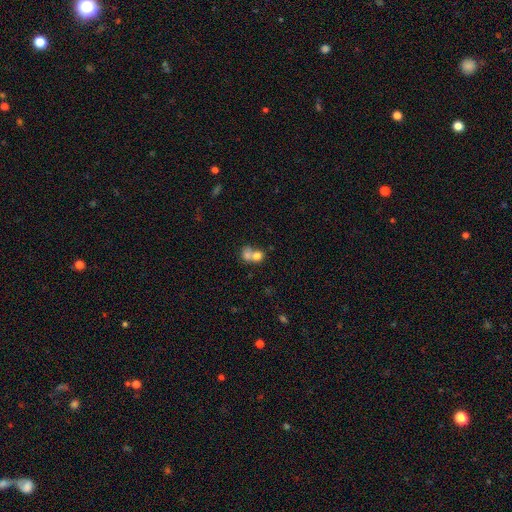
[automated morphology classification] The model was most divided on "how rounded": round: 64%, in between: 35%, cigar-shaped: 1%. More confident: smooth or featured — smooth (73%); merging — merger (66%).